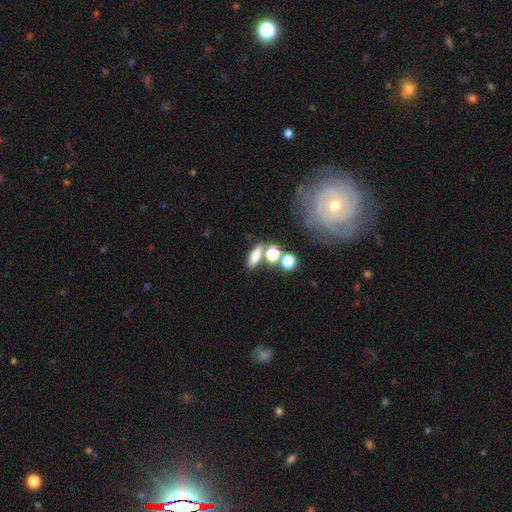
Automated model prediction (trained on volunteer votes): Morphology: type=smooth (73%); roundness=in between (61%); merging=none (60%).